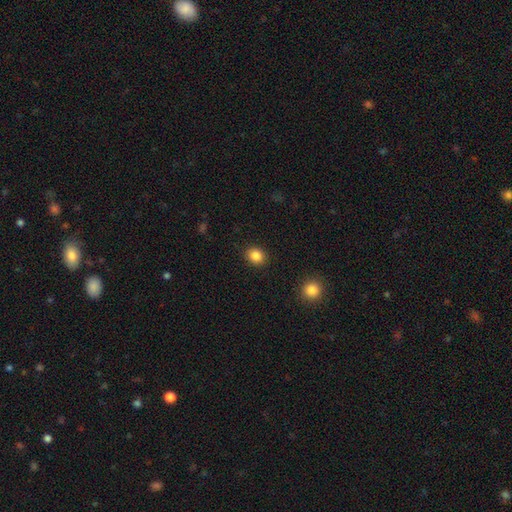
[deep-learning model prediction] smooth_or_featured: smooth (p=0.86) [alt: star or artifact p=0.10]
how_rounded: round (p=0.65) [alt: in between p=0.34]
merging: none (p=0.89) [alt: minor disturbance p=0.07]